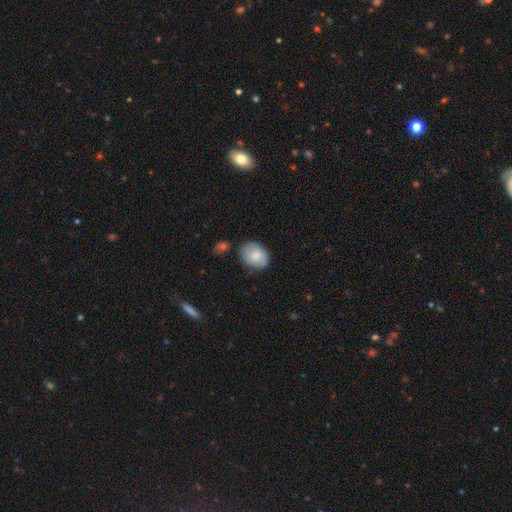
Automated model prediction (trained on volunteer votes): This is likely a smooth galaxy (80%). How rounded: likely in between (71%). Merging: likely none (73%).